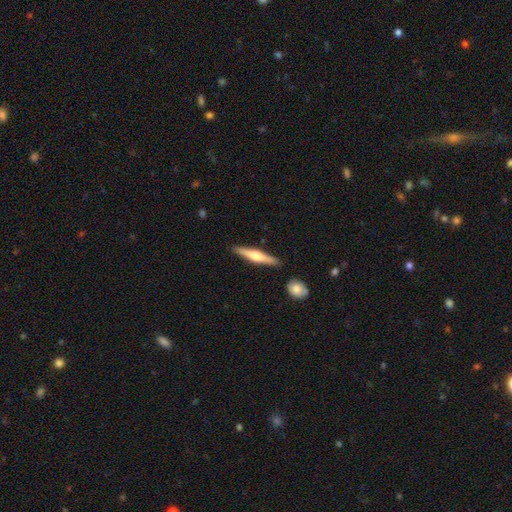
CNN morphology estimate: This appears to be a featured or disk galaxy (55%) viewed edge-on (97%) with a rounded central bulge (83%). Merging: none (87%).